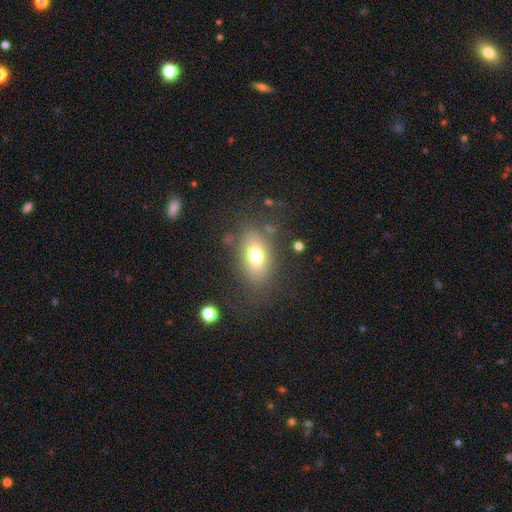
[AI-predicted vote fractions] smooth 71%, featured or disk 18%, star or artifact 11%. Down the decision tree: how rounded — in between (84%); merging — none (75%).